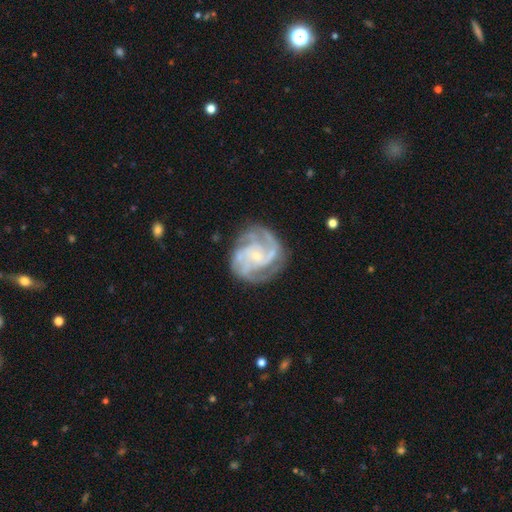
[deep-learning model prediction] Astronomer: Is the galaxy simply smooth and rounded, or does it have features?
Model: featured or disk — 90%.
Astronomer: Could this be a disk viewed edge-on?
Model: no — 98%.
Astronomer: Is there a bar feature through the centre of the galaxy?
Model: no — 65%.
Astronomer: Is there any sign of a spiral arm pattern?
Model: yes — 98%.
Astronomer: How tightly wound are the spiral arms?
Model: tight — 49% (runner-up: medium, 43%).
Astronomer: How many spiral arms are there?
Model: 3 — 39% (runner-up: 2, 25%).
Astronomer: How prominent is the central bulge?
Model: small — 78%.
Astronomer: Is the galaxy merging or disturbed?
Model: none — 76%.